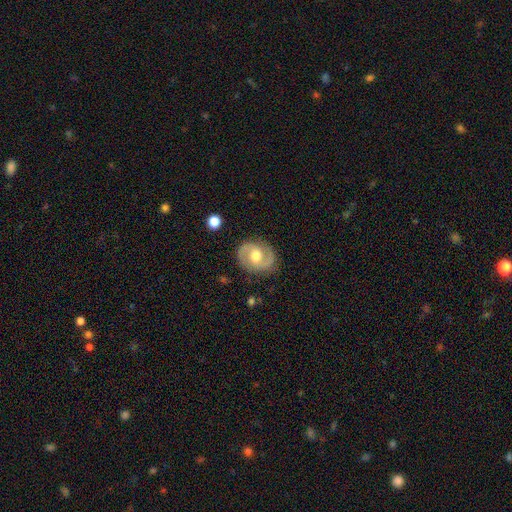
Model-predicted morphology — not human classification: Overall: featured or disk (81%). Edge-on disk: no (98%). Bar: weak (46%; no 41%). Spiral arms: yes (92%). Spiral arm count: 2 (91%). Spiral winding: medium (55%; tight 27%). Bulge size: moderate (75%). Merging: none (84%).